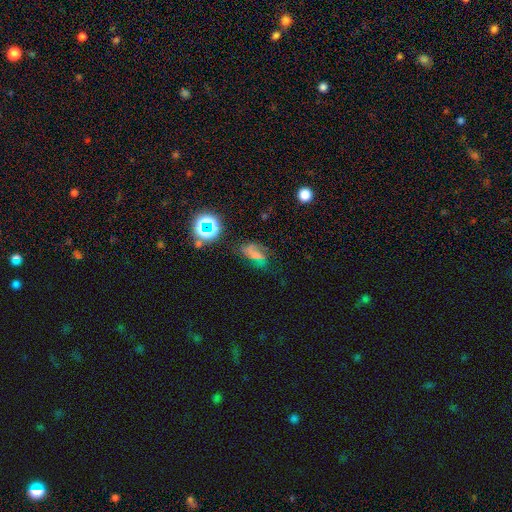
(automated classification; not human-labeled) smooth_or_featured: featured or disk (p=0.42) [alt: smooth p=0.35]
merging: none (p=0.45) [alt: major disturbance p=0.25]